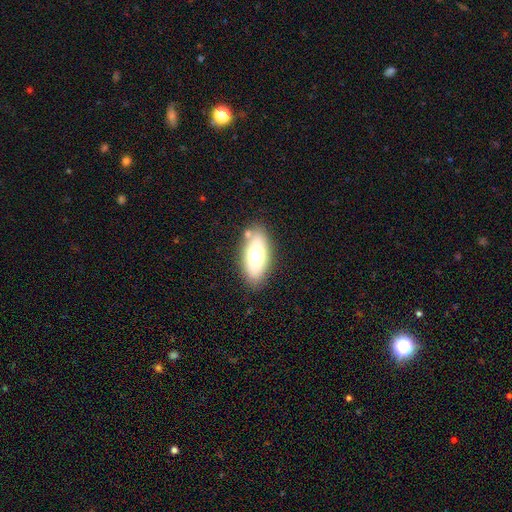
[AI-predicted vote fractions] smooth_or_featured: smooth (p=0.66) [alt: featured or disk p=0.25]
how_rounded: in between (p=0.85) [alt: cigar-shaped p=0.10]
merging: none (p=0.78) [alt: minor disturbance p=0.12]